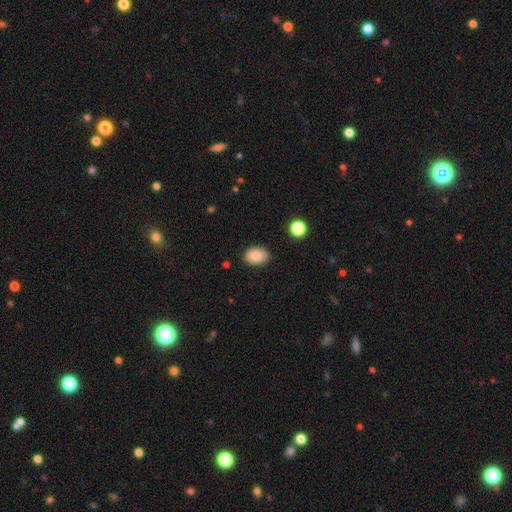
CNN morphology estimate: Smooth or featured: smooth — 87% (star or artifact — 8%)
How rounded: in between — 81% (round — 18%)
Merging: none — 86% (minor disturbance — 10%)